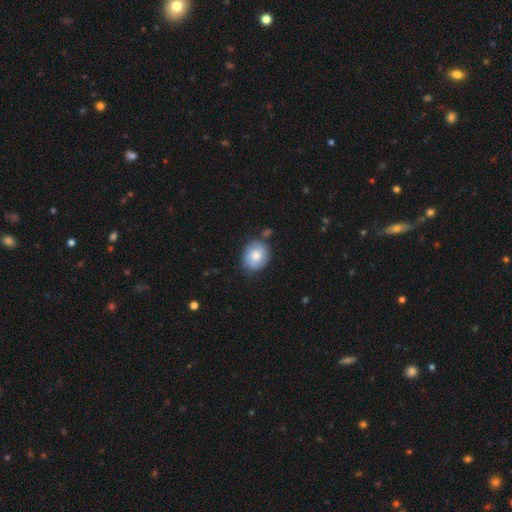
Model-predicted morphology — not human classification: smooth-or-featured: smooth: 65% | featured or disk: 28% | star or artifact: 7%
  how-rounded: round: 50% | in between: 49% | cigar-shaped: 1%
  merging: none: 71% | minor disturbance: 20% | merger: 5% | major disturbance: 4%